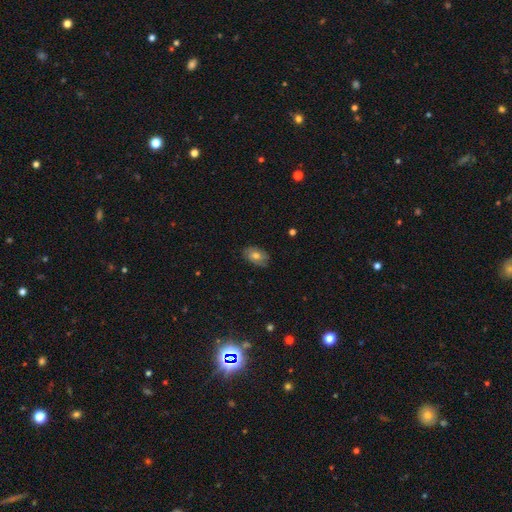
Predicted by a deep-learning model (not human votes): Smooth or featured: smooth — 55% (featured or disk — 36%)
How rounded: in between — 85% (round — 14%)
Merging: none — 78% (minor disturbance — 18%)